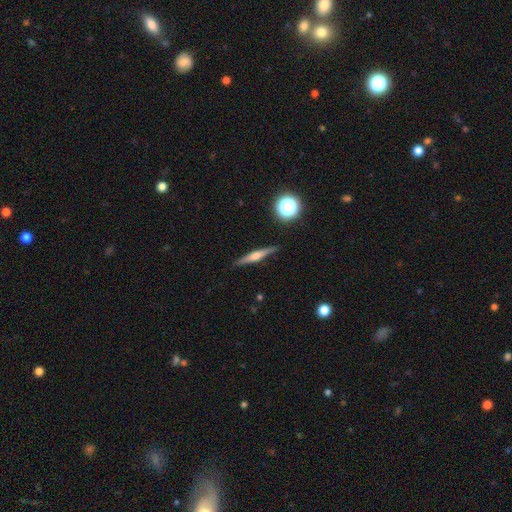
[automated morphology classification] smooth-or-featured: featured or disk: 63% | smooth: 29% | star or artifact: 8%
  disk-edge-on: yes: 97% | no: 3%
    edge-on-bulge: rounded: 82% | boxy: 11% | none: 7%
  merging: none: 89% | minor disturbance: 8% | major disturbance: 2% | merger: 1%